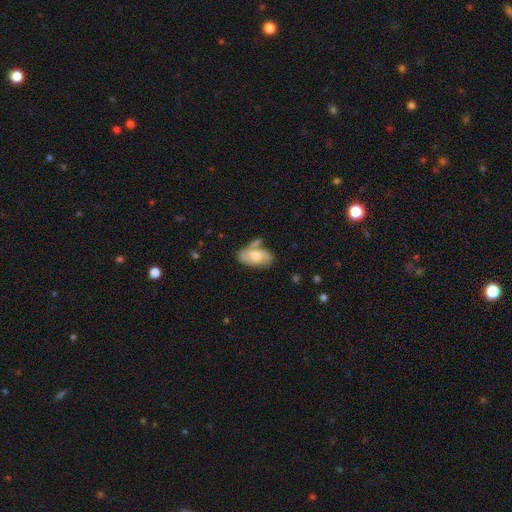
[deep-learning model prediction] Smooth or featured: smooth — 48% (featured or disk — 46%)
Merging: none — 46% (minor disturbance — 23%)